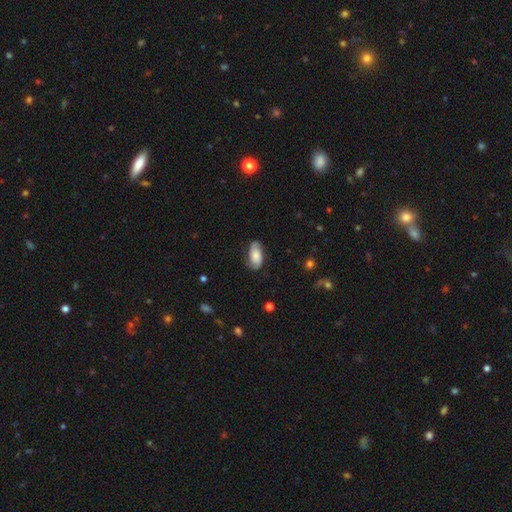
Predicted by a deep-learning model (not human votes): smooth_or_featured: smooth (p=0.49) [alt: featured or disk p=0.44]
merging: none (p=0.73) [alt: minor disturbance p=0.19]